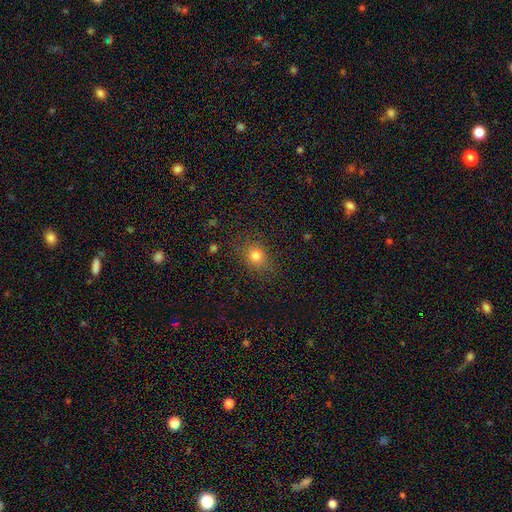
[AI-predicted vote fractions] Smooth or featured? Predicted: smooth (p=0.79). How rounded? Predicted: round (p=0.57). Merging? Predicted: none (p=0.81).